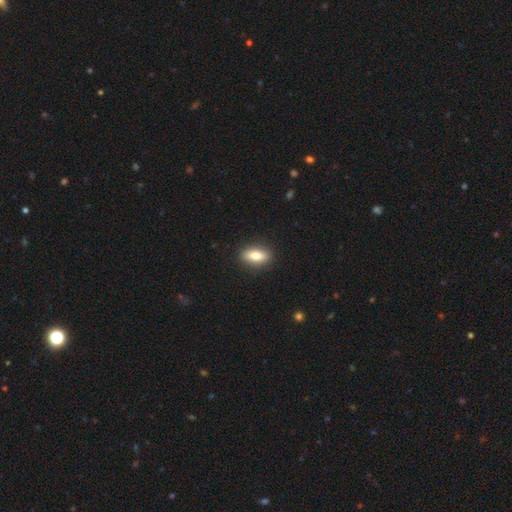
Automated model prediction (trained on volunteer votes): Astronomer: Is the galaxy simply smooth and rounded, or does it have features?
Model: smooth — 72%.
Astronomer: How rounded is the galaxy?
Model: in between — 76%.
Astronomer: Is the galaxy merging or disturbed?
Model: none — 89%.